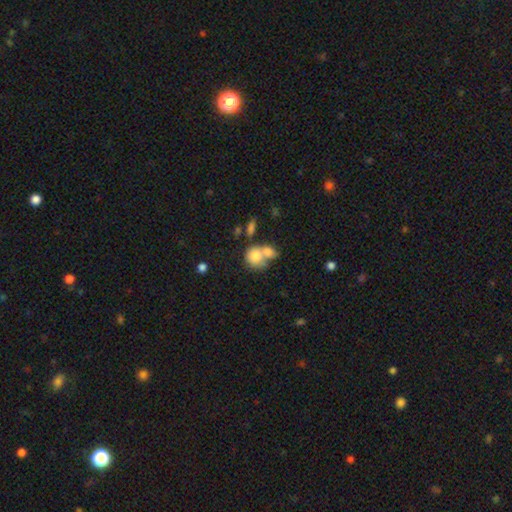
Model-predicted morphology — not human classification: Smooth or featured? smooth (78%)
How rounded? round (70%)
Merging? merger (60%)